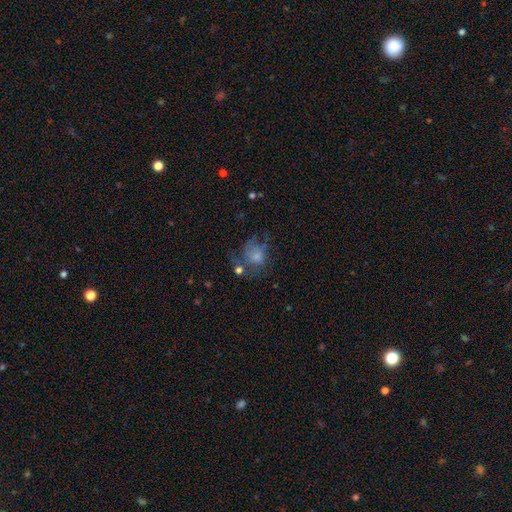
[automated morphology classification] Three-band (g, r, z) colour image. It shows a smooth galaxy with no disk features (59%) that is round (61%). Merging: none (36%).